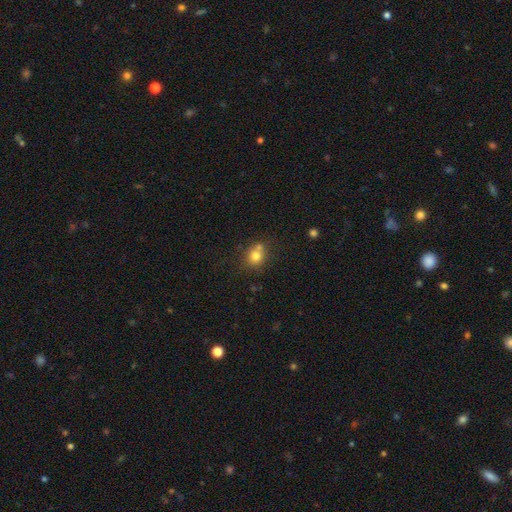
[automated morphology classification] Q: Smooth or featured?
A: smooth (77%); runner-up: star or artifact (12%)
Q: How rounded?
A: round (80%); runner-up: in between (19%)
Q: Merging?
A: none (57%); runner-up: merger (28%)